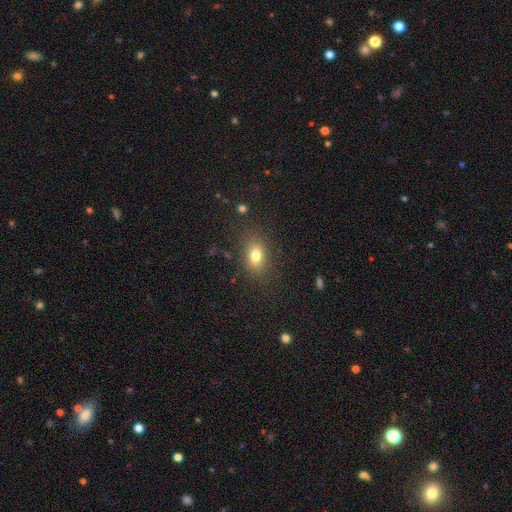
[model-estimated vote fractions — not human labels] This appears to be a smooth galaxy with no disk features (78%) that is in between round and cigar-shaped (74%). Merging: none (82%).